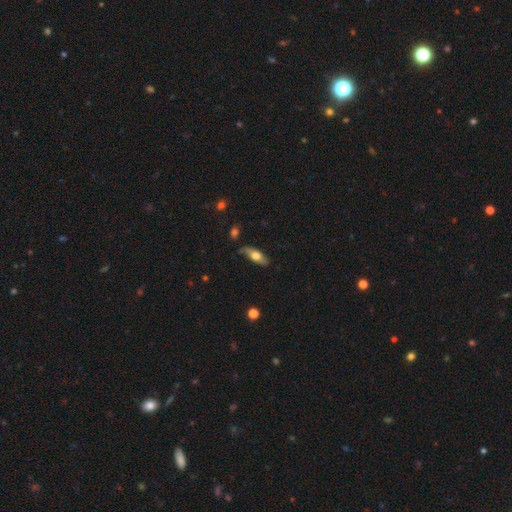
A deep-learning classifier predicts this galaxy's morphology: This appears to be a smooth galaxy with no disk features (56%) that is in between round and cigar-shaped (62%). Merging: none (71%).